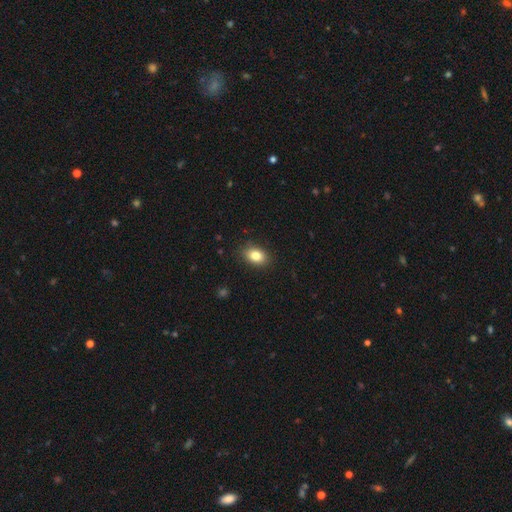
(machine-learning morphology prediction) smooth 83%, star or artifact 9%, featured or disk 8%. Down the decision tree: how rounded — in between (80%); merging — none (87%).